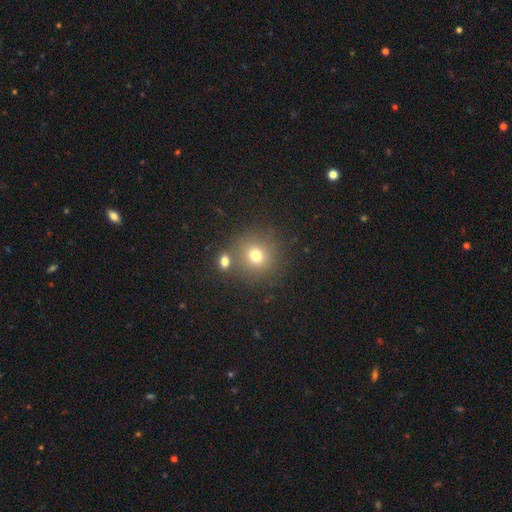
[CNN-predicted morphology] Smooth or featured? smooth (73%)
How rounded? round (90%)
Merging? none (72%)